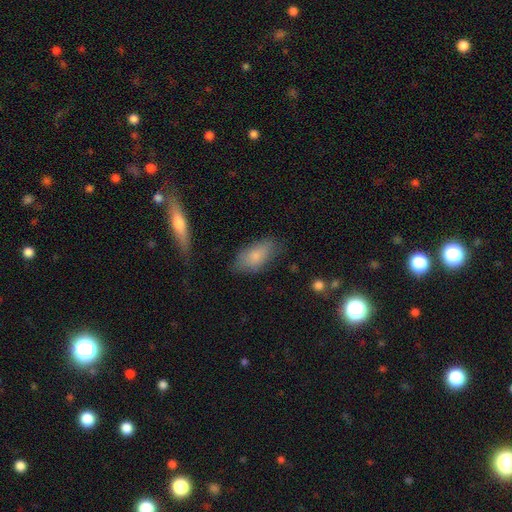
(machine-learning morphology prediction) Smooth or featured? smooth (79%)
How rounded? in between (88%)
Merging? none (70%)